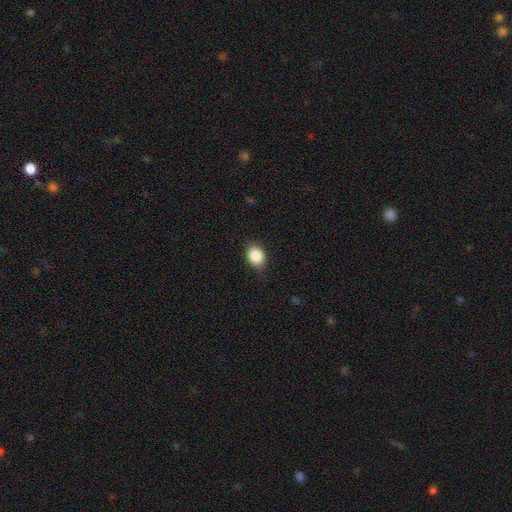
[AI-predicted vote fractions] Smooth or featured? Predicted: smooth (p=0.87). How rounded? Predicted: in between (p=0.67). Merging? Predicted: none (p=0.82).